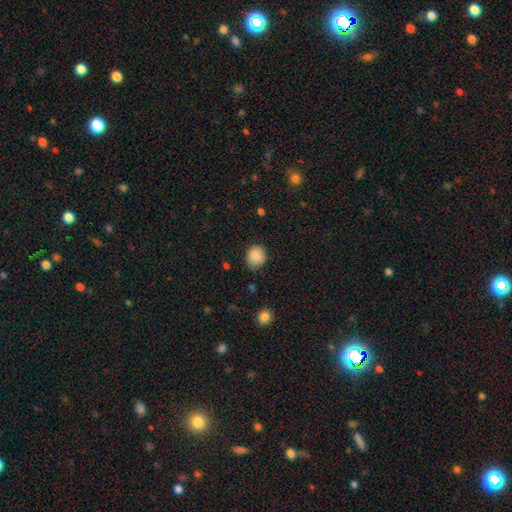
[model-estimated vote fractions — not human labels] This appears to be a smooth galaxy with no disk features (87%) that is round (66%). Merging: none (78%).